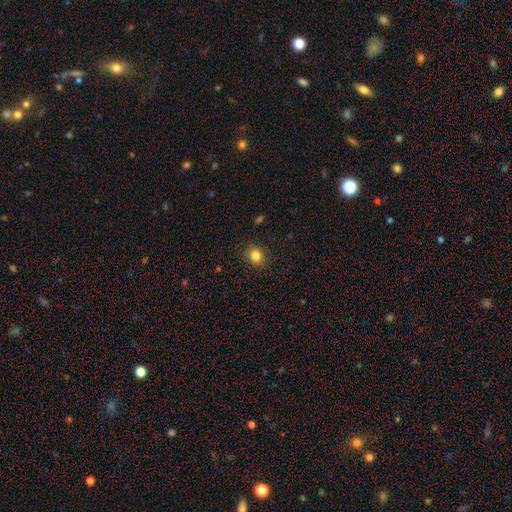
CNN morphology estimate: Smooth or featured? smooth (83%)
How rounded? round (53%)
Merging? none (87%)